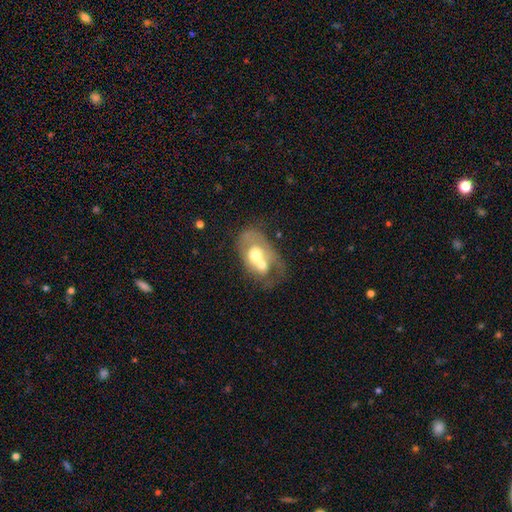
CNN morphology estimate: Overall: featured or disk (50%; smooth 42%). Edge-on disk: no (95%). Merging: merger (64%).